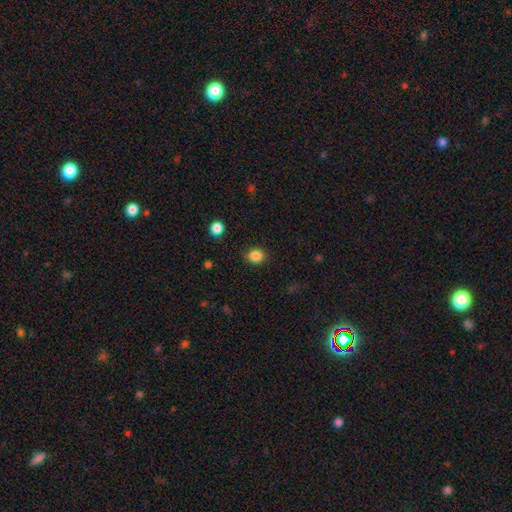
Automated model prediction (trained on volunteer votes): This is clearly a smooth galaxy (85%). How rounded: likely round (62%). Merging: clearly none (81%).